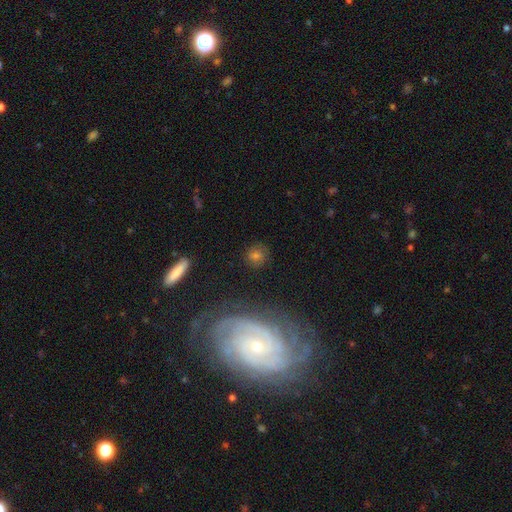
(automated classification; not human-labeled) smooth_or_featured: smooth (p=0.60) [alt: featured or disk p=0.23]
how_rounded: round (p=0.84) [alt: in between p=0.14]
merging: none (p=0.83) [alt: minor disturbance p=0.10]